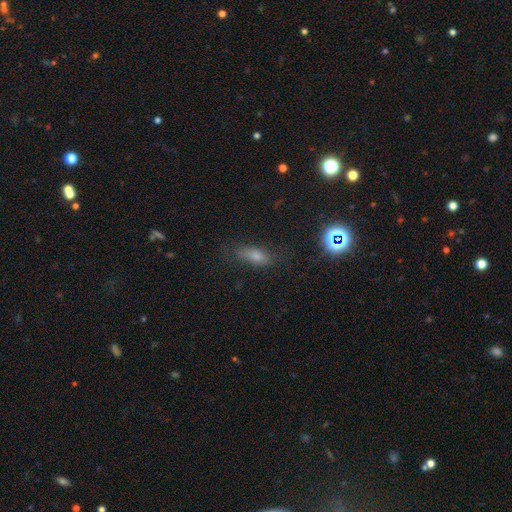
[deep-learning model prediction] Smooth or featured? Predicted: smooth (p=0.58). How rounded? Predicted: in between (p=0.61). Merging? Predicted: none (p=0.72).